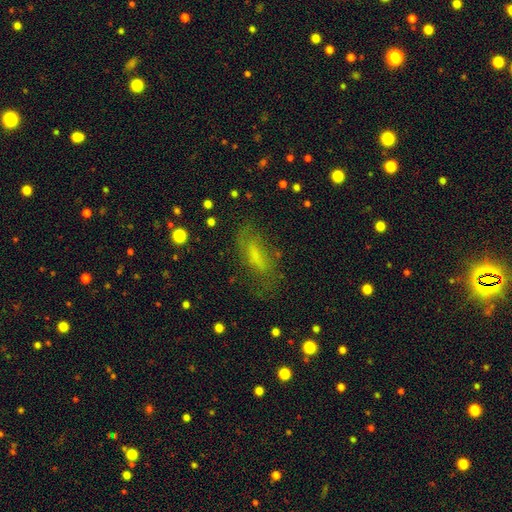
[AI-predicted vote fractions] This is possibly a smooth galaxy (54%). How rounded: likely in between (66%). Merging: likely none (60%).